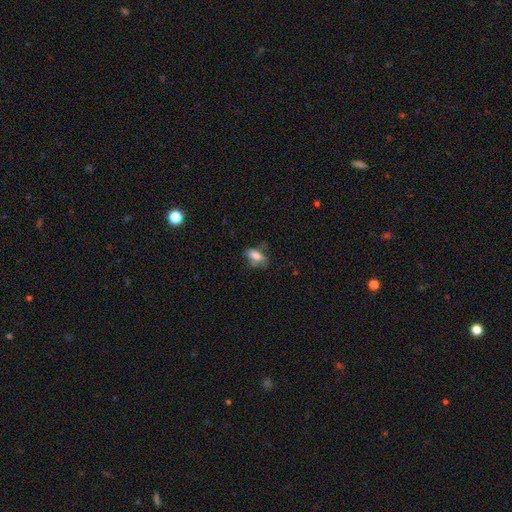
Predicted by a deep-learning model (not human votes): Smooth or featured?
  - smooth: 75% *
  - featured or disk: 16%
  - star or artifact: 10%
How rounded?
  - in between: 82% *
  - cigar-shaped: 12%
  - round: 6%
Merging?
  - none: 52% *
  - minor disturbance: 29%
  - major disturbance: 15%
  - merger: 4%